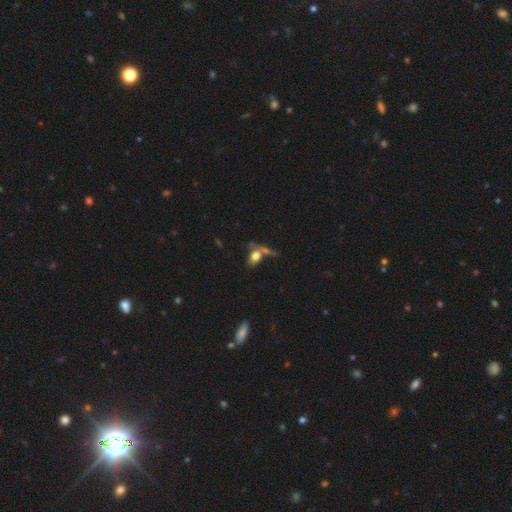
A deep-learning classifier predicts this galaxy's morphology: smooth 72%, featured or disk 17%, star or artifact 11%. Down the decision tree: how rounded — in between (76%); merging — merger (40%).